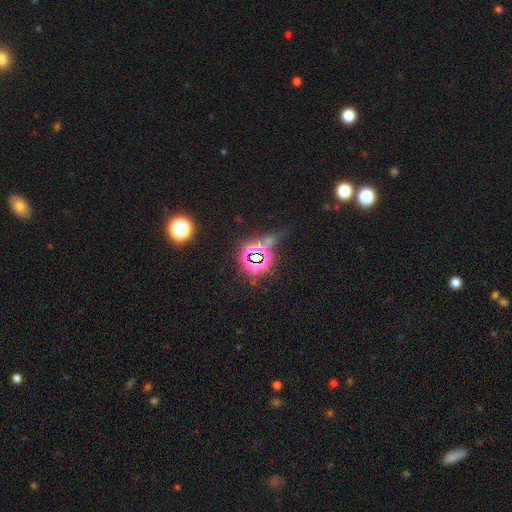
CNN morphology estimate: The model was most divided on "smooth or featured": star or artifact: 78%, smooth: 13%, featured or disk: 10%.